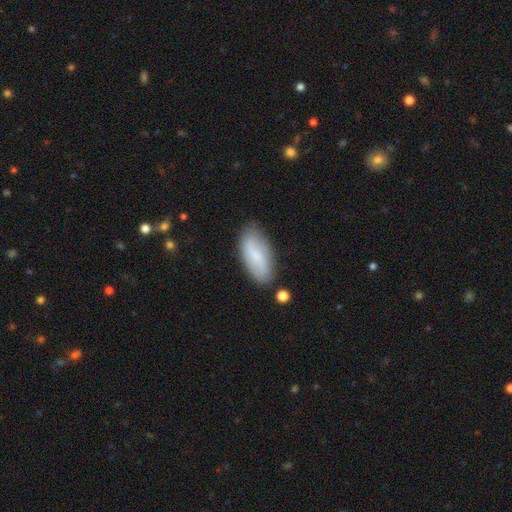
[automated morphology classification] type=smooth (64%); roundness=in between (86%); merging=none (80%).